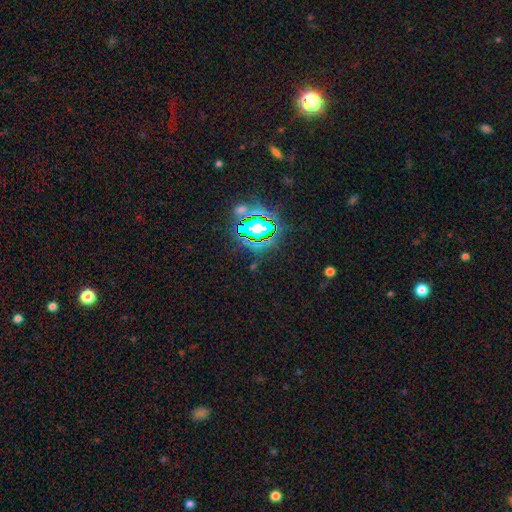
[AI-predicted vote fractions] smooth_or_featured: star or artifact (p=0.78) [alt: smooth p=0.13]